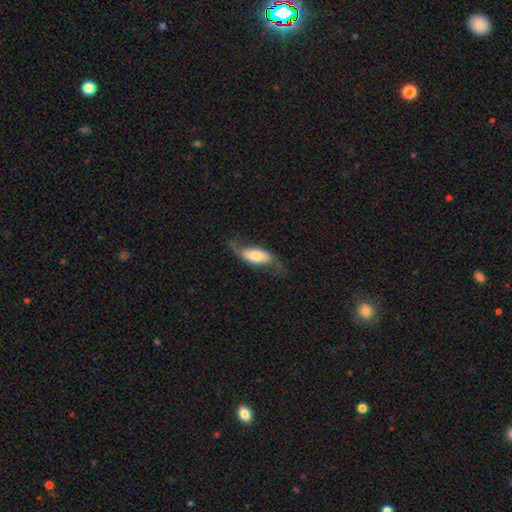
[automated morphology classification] Smooth or featured?
  - featured or disk: 61% *
  - smooth: 33%
  - star or artifact: 6%
Edge-on disk?
  - no: 85% *
  - yes: 15%
Bar?
  - no: 57% *
  - weak: 27%
  - strong: 17%
Spiral arms?
  - yes: 84% *
  - no: 16%
Bulge size?
  - moderate: 48% *
  - small: 25%
  - large: 19%
  - dominant: 5%
  - none: 3%
Merging?
  - none: 60% *
  - minor disturbance: 21%
  - major disturbance: 17%
  - merger: 2%